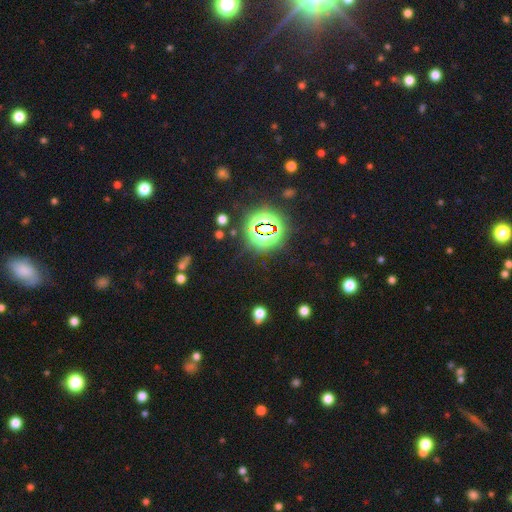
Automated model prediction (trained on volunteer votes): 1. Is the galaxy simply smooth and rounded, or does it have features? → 71% star or artifact, 20% smooth, 9% featured or disk.